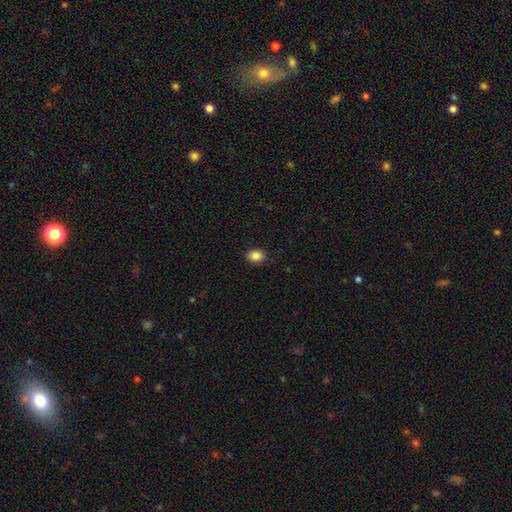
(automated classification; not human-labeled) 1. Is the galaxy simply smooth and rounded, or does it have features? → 87% smooth, 9% star or artifact, 4% featured or disk.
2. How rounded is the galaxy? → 63% in between, 36% round, 1% cigar-shaped.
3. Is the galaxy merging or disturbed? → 88% none, 9% minor disturbance, 2% major disturbance, 1% merger.